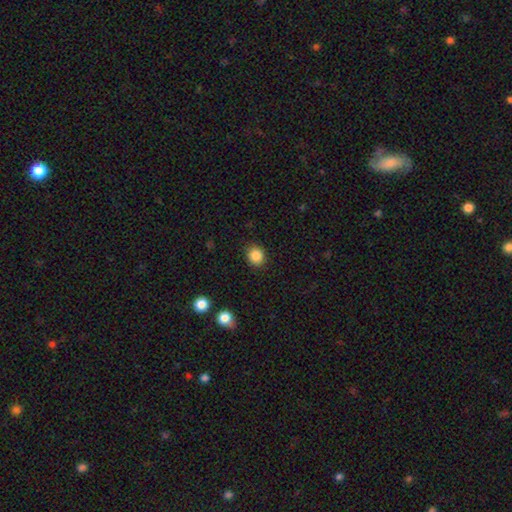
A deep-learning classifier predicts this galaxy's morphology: smooth 86%, star or artifact 10%, featured or disk 4%. Down the decision tree: how rounded — round (78%); merging — none (89%).